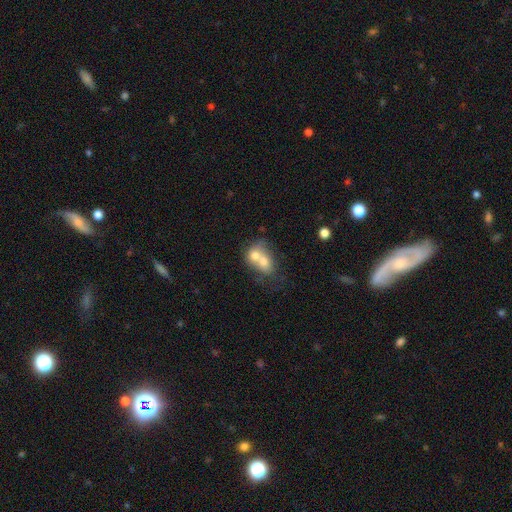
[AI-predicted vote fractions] A smooth galaxy with no disk features (66%) that is in between round and cigar-shaped (51%). Merging: merger (76%).